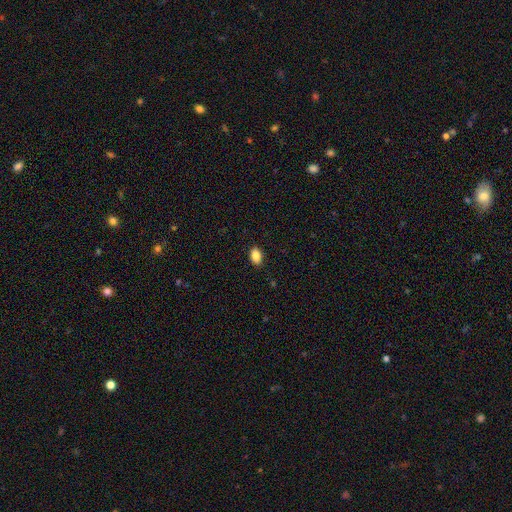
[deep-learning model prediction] Morphology: type=smooth (87%); roundness=in between (88%); merging=none (88%).